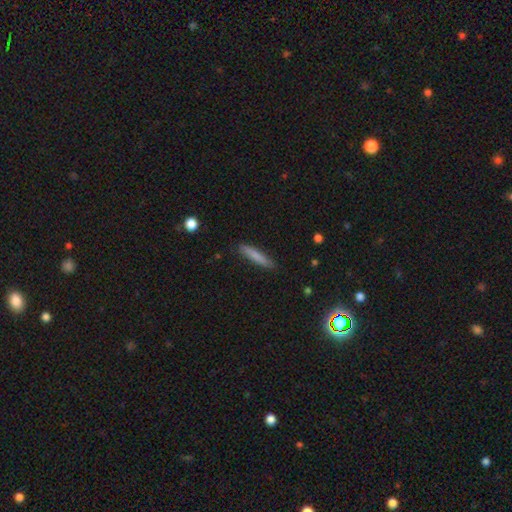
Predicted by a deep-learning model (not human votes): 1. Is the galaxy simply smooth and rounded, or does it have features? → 79% smooth, 15% featured or disk, 6% star or artifact.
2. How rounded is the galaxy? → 91% cigar-shaped, 8% in between, 1% round.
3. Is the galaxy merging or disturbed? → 86% none, 11% minor disturbance, 2% major disturbance, 1% merger.